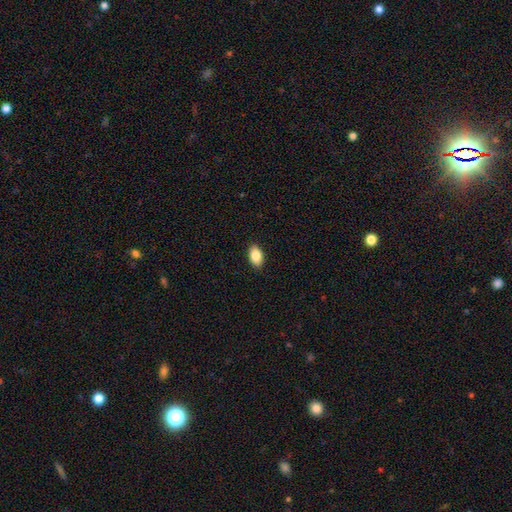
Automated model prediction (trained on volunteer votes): smooth-or-featured: smooth: 86% | star or artifact: 7% | featured or disk: 7%
  how-rounded: in between: 92% | round: 6% | cigar-shaped: 2%
  merging: none: 90% | minor disturbance: 8% | major disturbance: 2% | merger: 1%